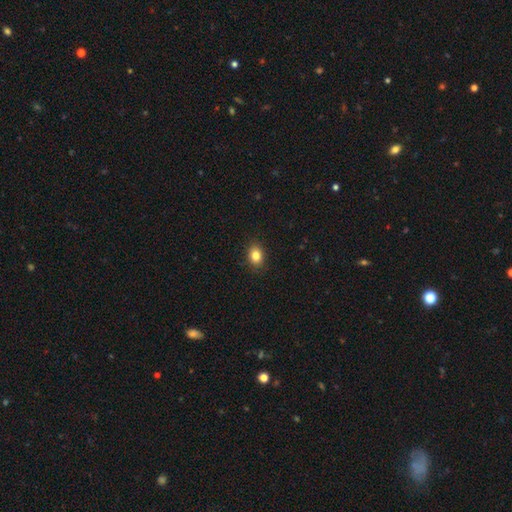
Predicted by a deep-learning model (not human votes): smooth_or_featured: smooth (p=0.83) [alt: star or artifact p=0.10]
how_rounded: in between (p=0.57) [alt: round p=0.42]
merging: none (p=0.89) [alt: minor disturbance p=0.08]